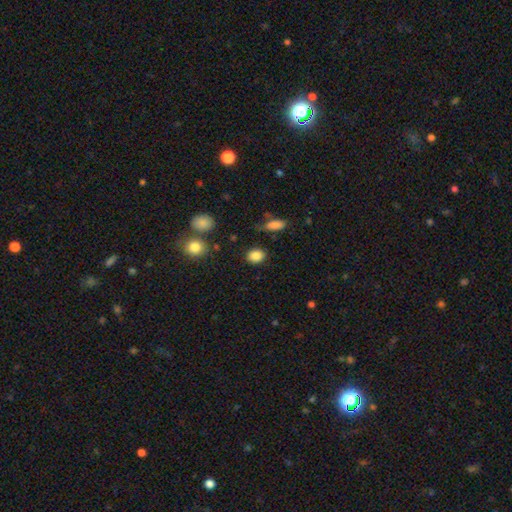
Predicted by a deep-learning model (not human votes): Q: Smooth or featured?
A: smooth (86%); runner-up: star or artifact (9%)
Q: How rounded?
A: in between (56%); runner-up: round (42%)
Q: Merging?
A: none (82%); runner-up: minor disturbance (12%)